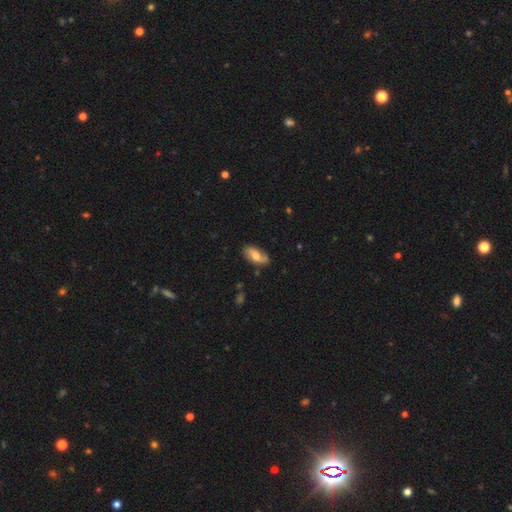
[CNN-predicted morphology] Smooth or featured?
  - featured or disk: 47% *
  - smooth: 46%
  - star or artifact: 7%
Merging?
  - none: 74% *
  - minor disturbance: 19%
  - major disturbance: 5%
  - merger: 2%